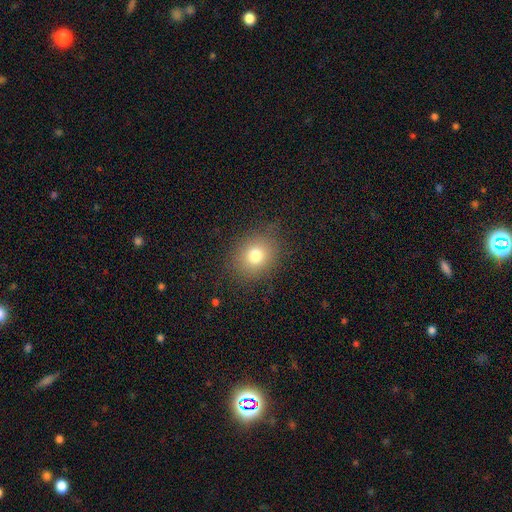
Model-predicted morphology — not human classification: Overall: smooth (76%). How rounded: round (65%; in between 34%). Merging: none (84%).